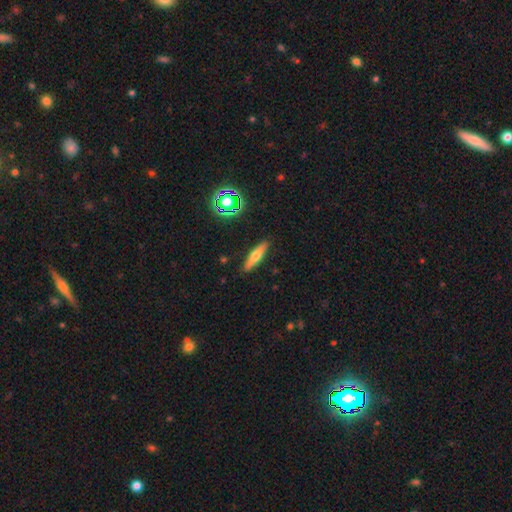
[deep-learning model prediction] This is possibly a smooth galaxy (50%). How rounded: likely cigar-shaped (77%). Merging: clearly none (89%).